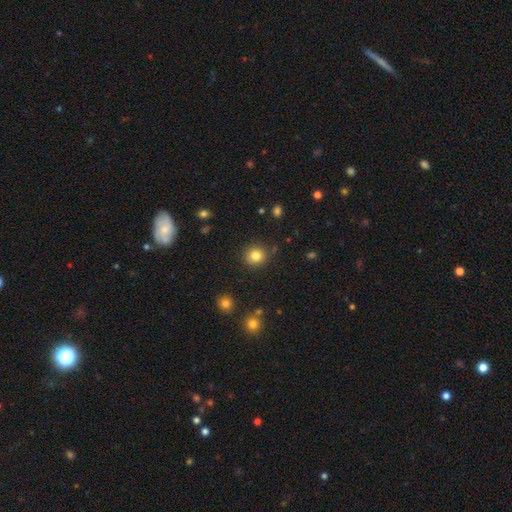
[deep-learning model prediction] This is clearly a smooth galaxy (82%). How rounded: clearly round (90%). Merging: clearly none (85%).